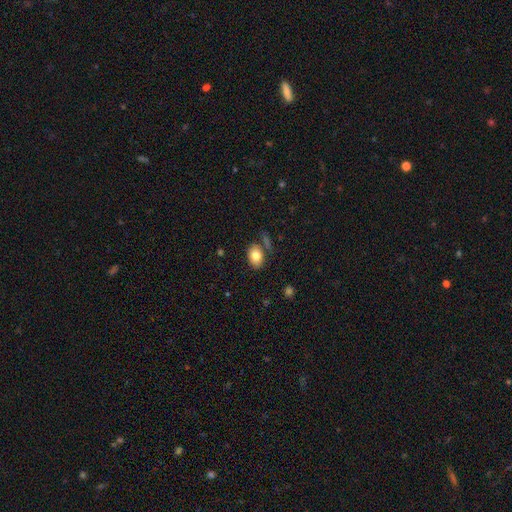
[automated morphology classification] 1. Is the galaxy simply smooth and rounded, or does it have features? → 79% smooth, 13% featured or disk, 8% star or artifact.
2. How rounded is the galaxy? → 82% in between, 17% round, 1% cigar-shaped.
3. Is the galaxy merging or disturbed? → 75% none, 15% minor disturbance, 7% merger, 4% major disturbance.